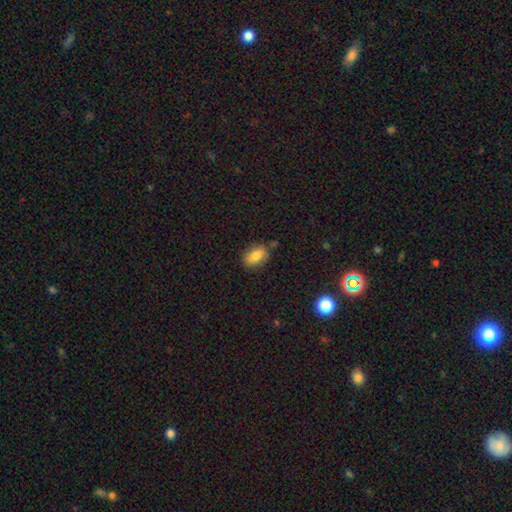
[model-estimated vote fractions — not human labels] Overall: smooth (85%). How rounded: in between (89%). Merging: none (79%).